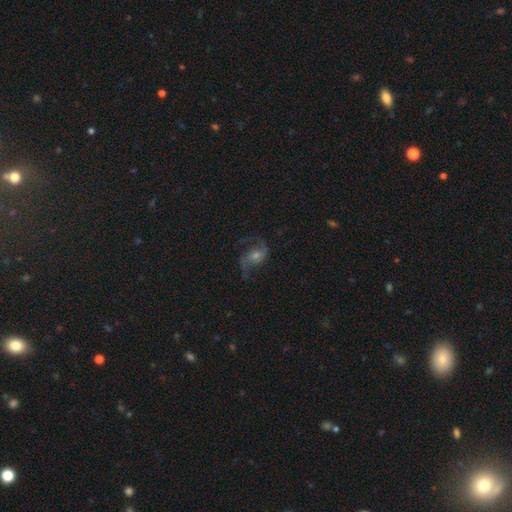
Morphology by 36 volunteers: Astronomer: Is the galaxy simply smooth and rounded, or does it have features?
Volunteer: featured or disk — 72%.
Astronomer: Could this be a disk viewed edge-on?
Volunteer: no — 100%.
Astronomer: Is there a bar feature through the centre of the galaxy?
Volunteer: no — 65%.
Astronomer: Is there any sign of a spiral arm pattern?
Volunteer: yes — 96%.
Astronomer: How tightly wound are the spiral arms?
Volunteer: loose — 48% (runner-up: medium, 44%).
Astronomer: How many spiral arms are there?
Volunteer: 2 — 96%.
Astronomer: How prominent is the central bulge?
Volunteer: moderate — 62%.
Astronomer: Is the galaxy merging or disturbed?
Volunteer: none — 59%.